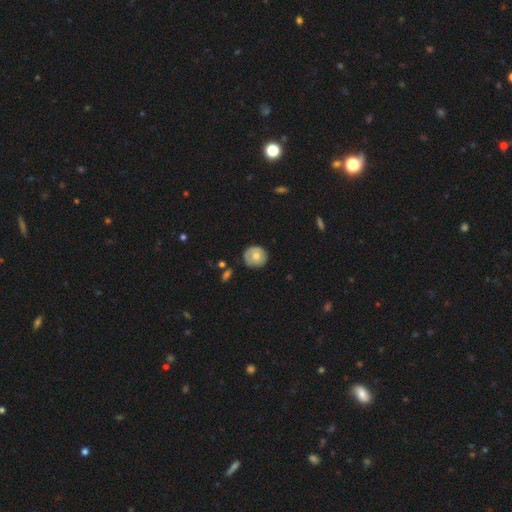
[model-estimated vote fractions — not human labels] Smooth or featured? smooth (61%)
How rounded? round (88%)
Merging? none (75%)